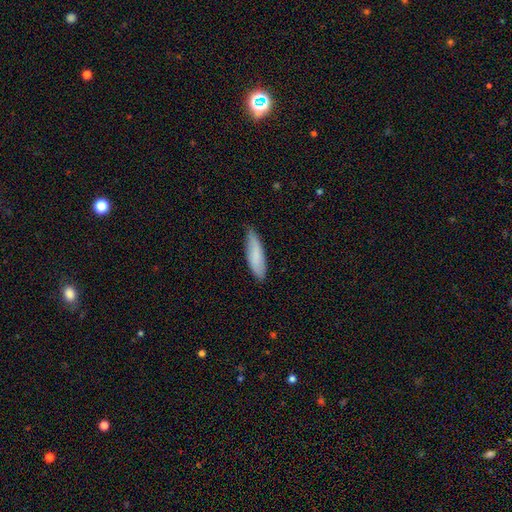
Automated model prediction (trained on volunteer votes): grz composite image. It shows a smooth galaxy with no disk features (79%) that is cigar-shaped (60%). Merging: none (77%).